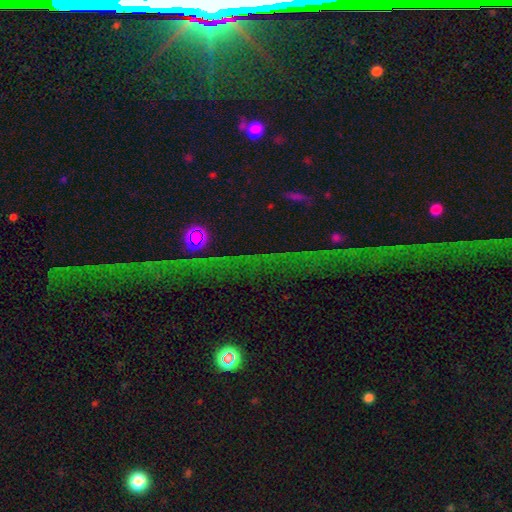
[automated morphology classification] Smooth or featured?
  - star or artifact: 73% *
  - featured or disk: 14%
  - smooth: 13%